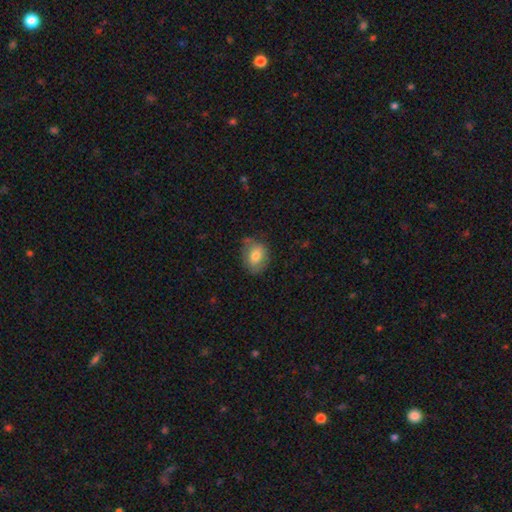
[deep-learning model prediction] smooth_or_featured: smooth (p=0.76) [alt: featured or disk p=0.16]
how_rounded: in between (p=0.55) [alt: round p=0.44]
merging: none (p=0.67) [alt: minor disturbance p=0.25]